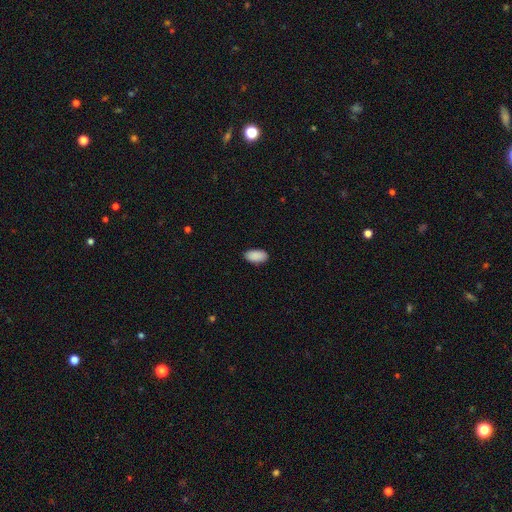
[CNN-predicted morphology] type=smooth (91%); roundness=in between (95%); merging=none (89%).